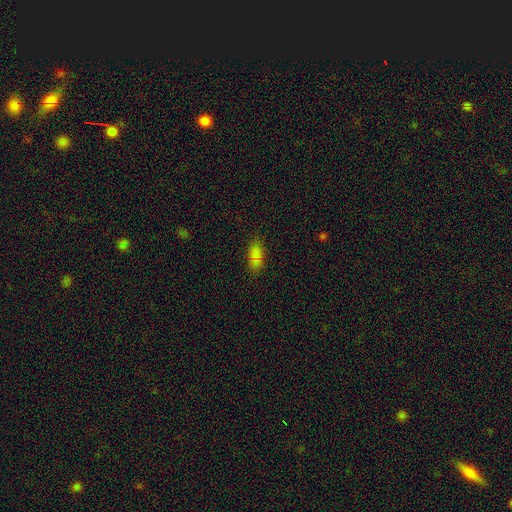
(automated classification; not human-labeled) Smooth or featured?
  - smooth: 79% *
  - star or artifact: 13%
  - featured or disk: 7%
How rounded?
  - in between: 86% *
  - cigar-shaped: 11%
  - round: 4%
Merging?
  - none: 75% *
  - minor disturbance: 16%
  - major disturbance: 5%
  - merger: 4%